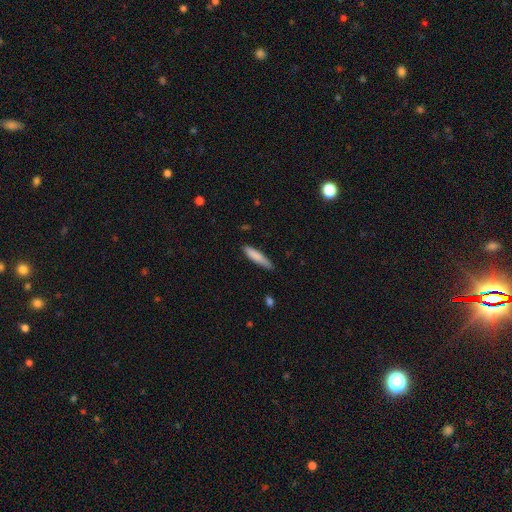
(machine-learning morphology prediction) Smooth or featured? Predicted: smooth (p=0.83). How rounded? Predicted: cigar-shaped (p=0.82). Merging? Predicted: none (p=0.79).